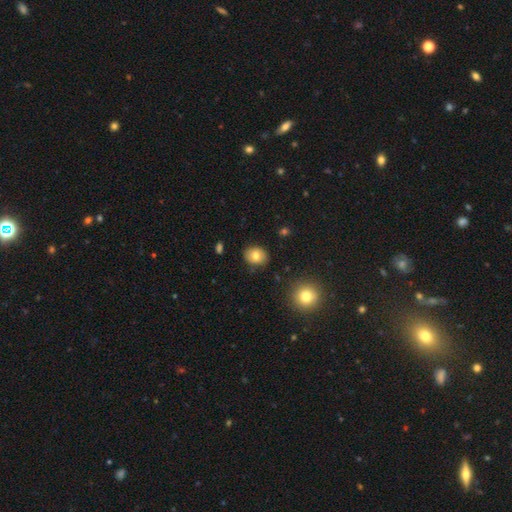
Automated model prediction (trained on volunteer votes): Smooth or featured?
  - smooth: 78% *
  - featured or disk: 12%
  - star or artifact: 10%
How rounded?
  - round: 52% *
  - in between: 47%
  - cigar-shaped: 1%
Merging?
  - none: 86% *
  - minor disturbance: 10%
  - major disturbance: 2%
  - merger: 2%